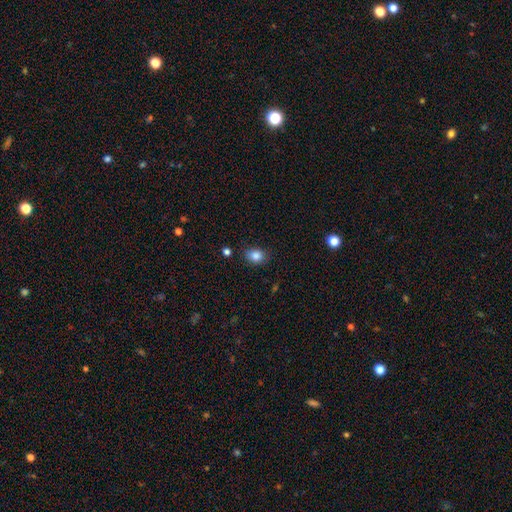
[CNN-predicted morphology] smooth 85%, star or artifact 10%, featured or disk 5%. Down the decision tree: how rounded — in between (55%); merging — none (83%).